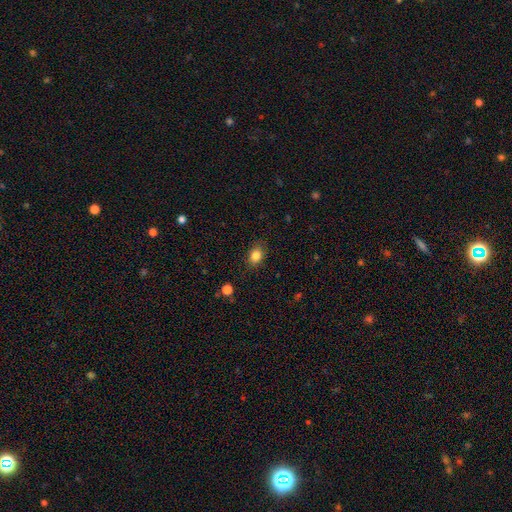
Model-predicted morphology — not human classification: Smooth or featured: smooth — 84% (star or artifact — 10%)
How rounded: in between — 67% (round — 32%)
Merging: none — 85% (minor disturbance — 11%)